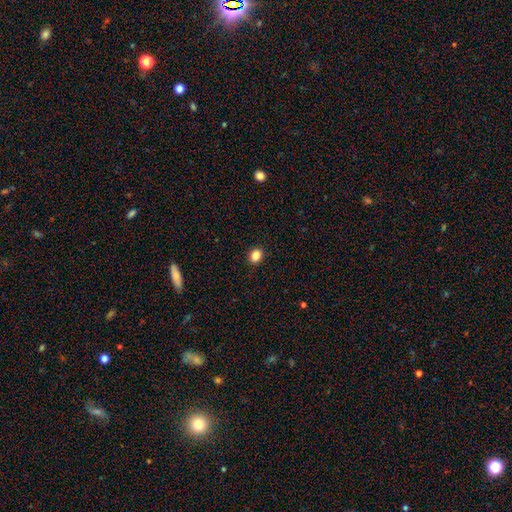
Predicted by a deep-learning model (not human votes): smooth-or-featured: smooth: 85% | star or artifact: 11% | featured or disk: 4%
  how-rounded: round: 52% | in between: 47% | cigar-shaped: 1%
  merging: none: 91% | minor disturbance: 6% | major disturbance: 2% | merger: 1%